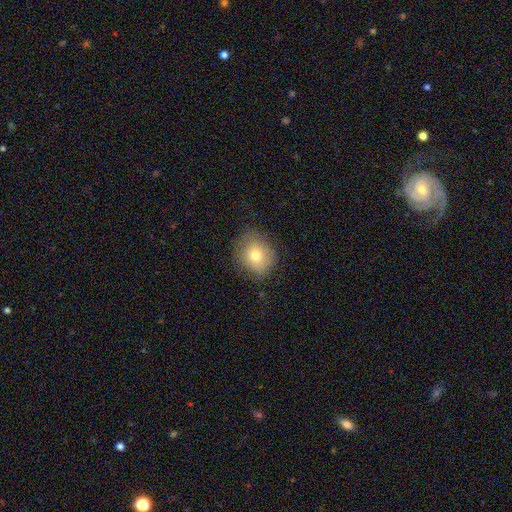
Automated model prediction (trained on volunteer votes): Smooth or featured? Predicted: smooth (p=0.75). How rounded? Predicted: round (p=0.74). Merging? Predicted: none (p=0.73).